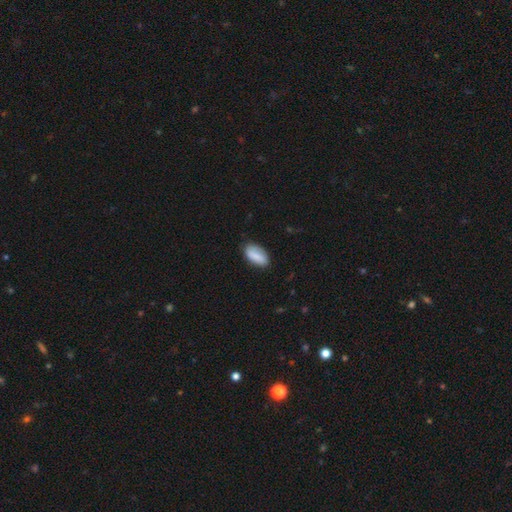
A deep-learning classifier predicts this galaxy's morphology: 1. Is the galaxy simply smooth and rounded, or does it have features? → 80% smooth, 14% featured or disk, 6% star or artifact.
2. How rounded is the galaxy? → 90% in between, 7% cigar-shaped, 3% round.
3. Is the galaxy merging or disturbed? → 79% none, 17% minor disturbance, 3% major disturbance, 1% merger.